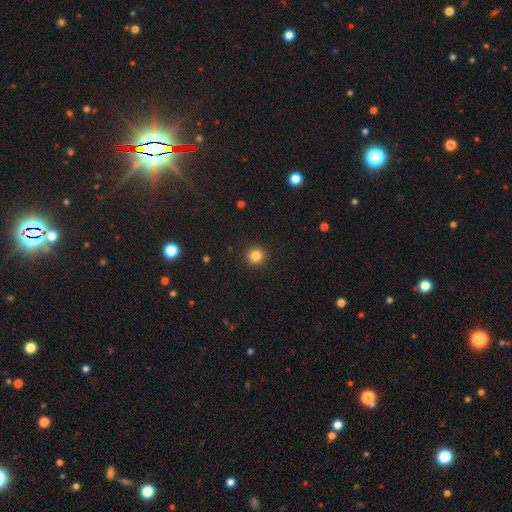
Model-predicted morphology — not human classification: A smooth galaxy with no disk features (84%) that is round (95%).

Vote fractions:
- Smooth or featured? smooth: 84% / star or artifact: 11% / featured or disk: 4%
- How rounded? round: 95% / in between: 4% / cigar-shaped: 1%
- Merging? none: 93% / minor disturbance: 4% / major disturbance: 2% / merger: 1%